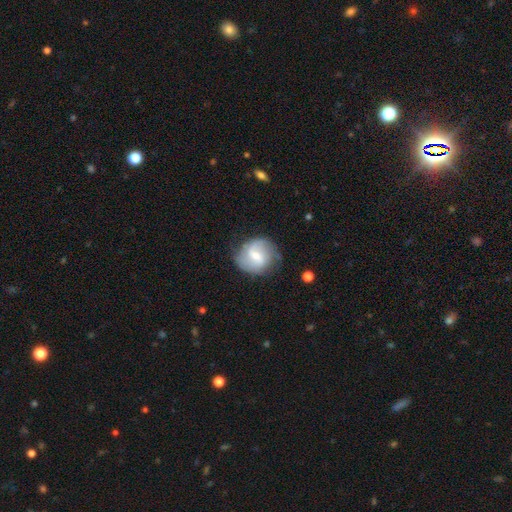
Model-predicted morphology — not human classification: Smooth or featured?
  - featured or disk: 68% *
  - smooth: 25%
  - star or artifact: 6%
Edge-on disk?
  - no: 98% *
  - yes: 2%
Bar?
  - weak: 60% *
  - no: 21%
  - strong: 20%
Spiral arms?
  - yes: 89% *
  - no: 11%
Spiral winding?
  - medium: 43% *
  - loose: 36%
  - tight: 20%
Spiral arm count?
  - 2: 81% *
  - can't tell: 10%
  - 1: 3%
  - 3: 3%
  - 4: 1%
  - more than 4: 1%
Bulge size?
  - small: 52% *
  - moderate: 43%
  - large: 2%
  - none: 2%
  - dominant: 1%
Merging?
  - none: 71% *
  - minor disturbance: 20%
  - major disturbance: 7%
  - merger: 2%